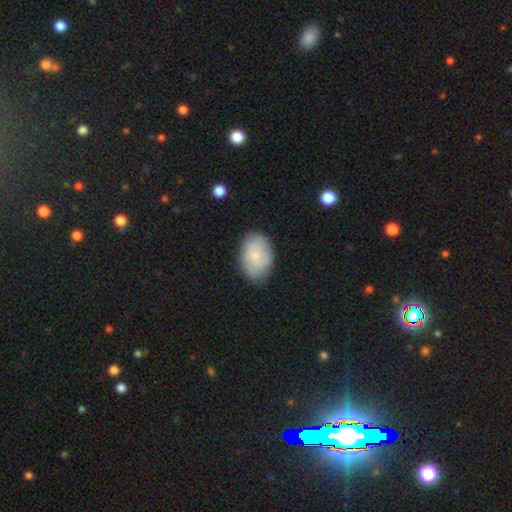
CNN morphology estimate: Smooth or featured?
  - smooth: 69% *
  - featured or disk: 24%
  - star or artifact: 7%
How rounded?
  - in between: 85% *
  - round: 14%
  - cigar-shaped: 1%
Merging?
  - none: 78% *
  - minor disturbance: 17%
  - major disturbance: 4%
  - merger: 1%